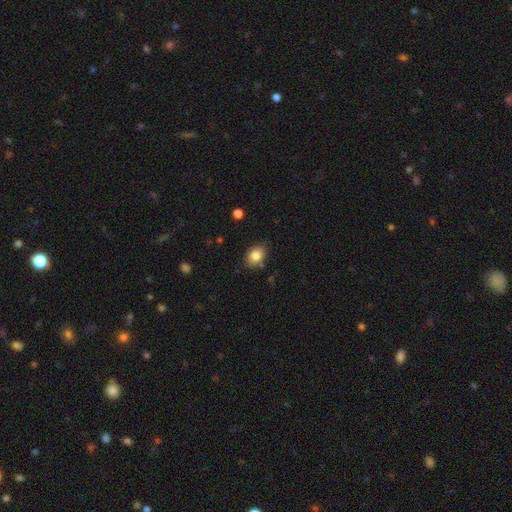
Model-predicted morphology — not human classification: smooth_or_featured: smooth (p=0.83) [alt: star or artifact p=0.09]
how_rounded: in between (p=0.67) [alt: round p=0.32]
merging: none (p=0.80) [alt: minor disturbance p=0.14]